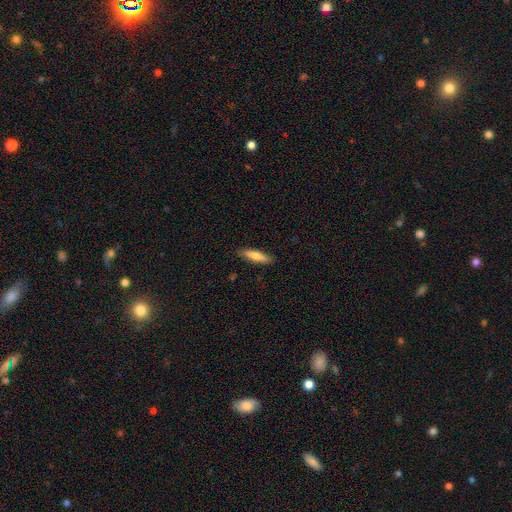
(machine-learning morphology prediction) Smooth or featured: smooth — 67% (featured or disk — 28%)
How rounded: cigar-shaped — 73% (in between — 25%)
Merging: none — 88% (minor disturbance — 9%)